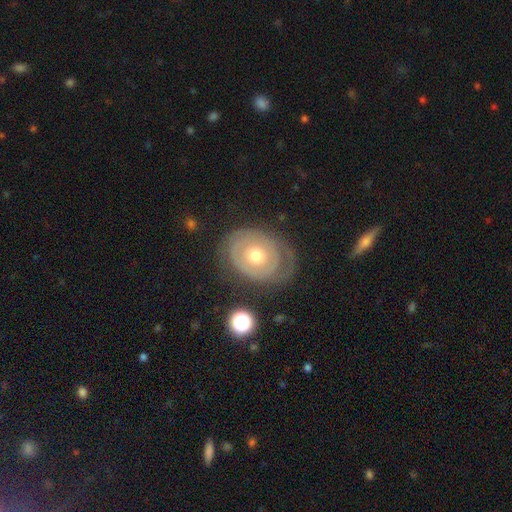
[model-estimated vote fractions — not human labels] A featured or disk galaxy (65%) with no bar (87%), spiral arms (54%) and a moderate central bulge (68%). Merging: none (65%).